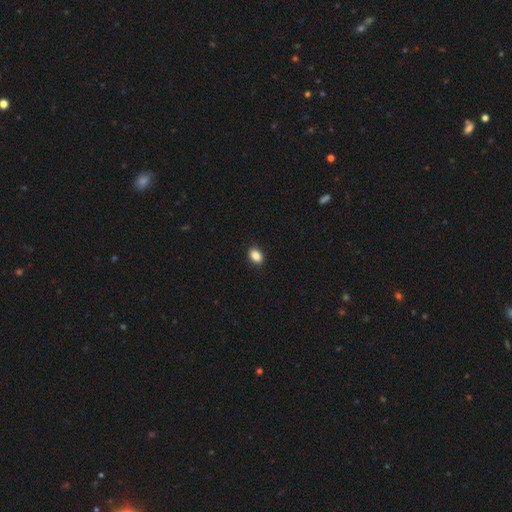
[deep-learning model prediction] smooth 87%, star or artifact 9%, featured or disk 4%. Down the decision tree: how rounded — in between (80%); merging — none (90%).